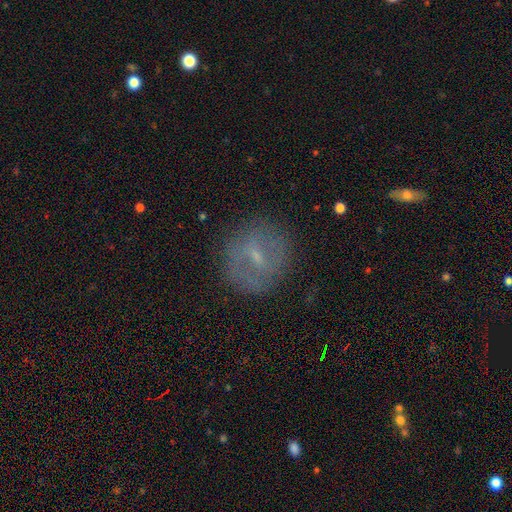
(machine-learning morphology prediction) Smooth or featured? Predicted: featured or disk (p=0.47). Merging? Predicted: none (p=0.81).